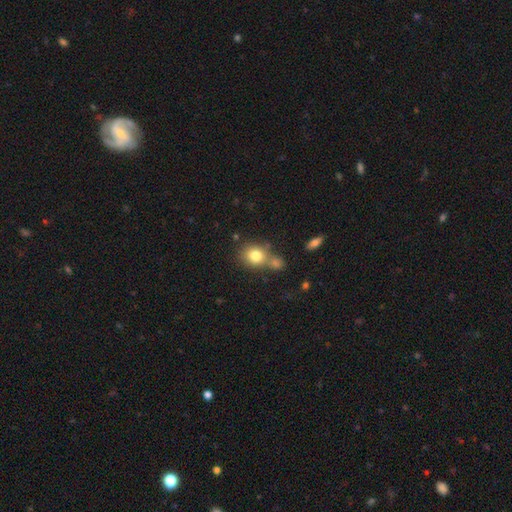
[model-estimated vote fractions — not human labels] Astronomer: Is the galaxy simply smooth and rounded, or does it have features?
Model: smooth — 79%.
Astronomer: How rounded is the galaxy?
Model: round — 69%.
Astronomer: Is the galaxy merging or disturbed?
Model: none — 52% (runner-up: merger, 31%).